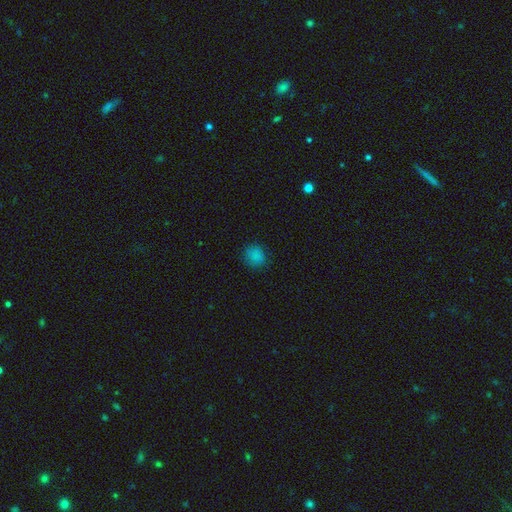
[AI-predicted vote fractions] smooth_or_featured: smooth (p=0.81) [alt: star or artifact p=0.15]
how_rounded: round (p=0.78) [alt: in between p=0.21]
merging: none (p=0.84) [alt: minor disturbance p=0.12]